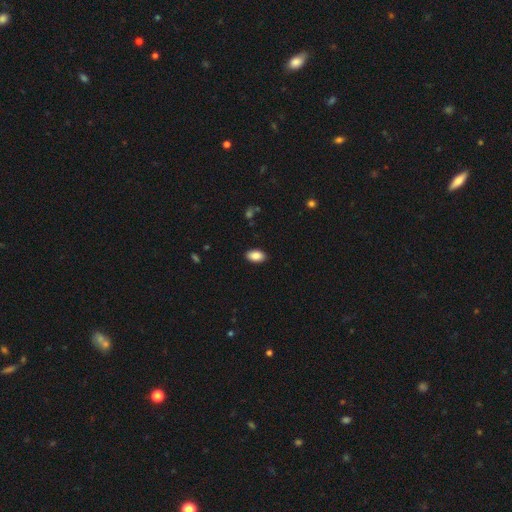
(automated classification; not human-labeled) Morphology: type=smooth (88%); roundness=in between (93%); merging=none (89%).